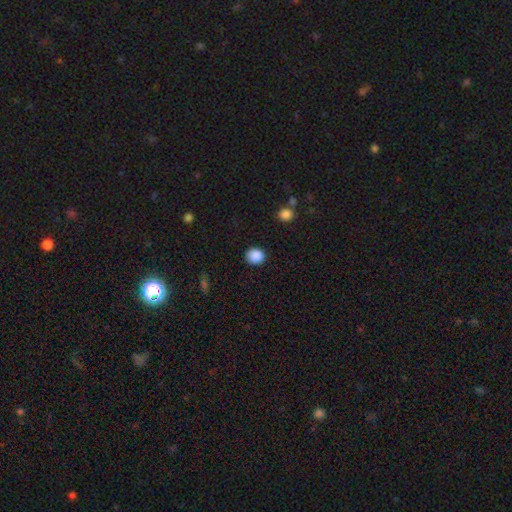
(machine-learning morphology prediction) This is clearly a smooth galaxy (88%). How rounded: likely round (74%). Merging: clearly none (87%).